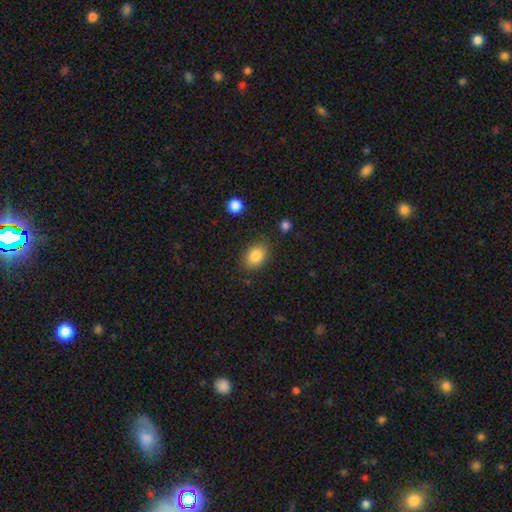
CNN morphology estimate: Smooth or featured?
  - smooth: 85% *
  - star or artifact: 8%
  - featured or disk: 6%
How rounded?
  - in between: 71% *
  - round: 28%
  - cigar-shaped: 1%
Merging?
  - none: 82% *
  - minor disturbance: 12%
  - major disturbance: 3%
  - merger: 2%